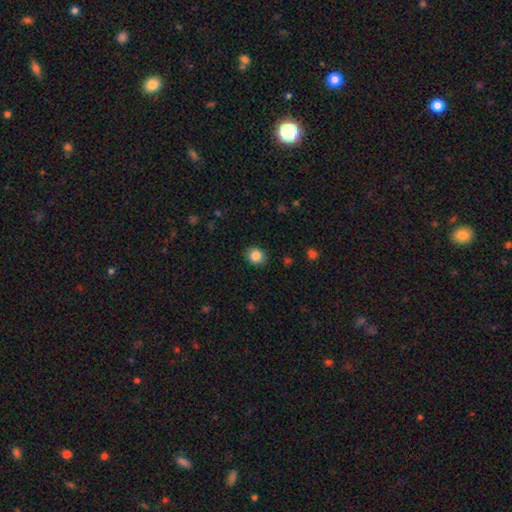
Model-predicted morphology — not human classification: Overall: smooth (85%). How rounded: round (73%). Merging: none (88%).